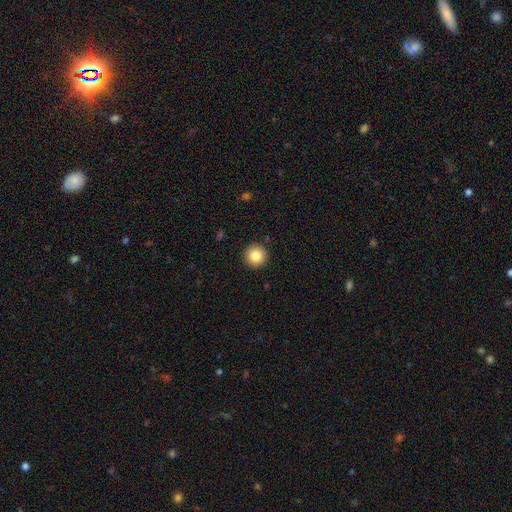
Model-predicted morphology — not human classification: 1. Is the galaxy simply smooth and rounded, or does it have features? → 84% smooth, 9% star or artifact, 7% featured or disk.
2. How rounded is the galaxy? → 96% round, 3% in between, 1% cigar-shaped.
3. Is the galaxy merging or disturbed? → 92% none, 5% minor disturbance, 2% major disturbance, 1% merger.